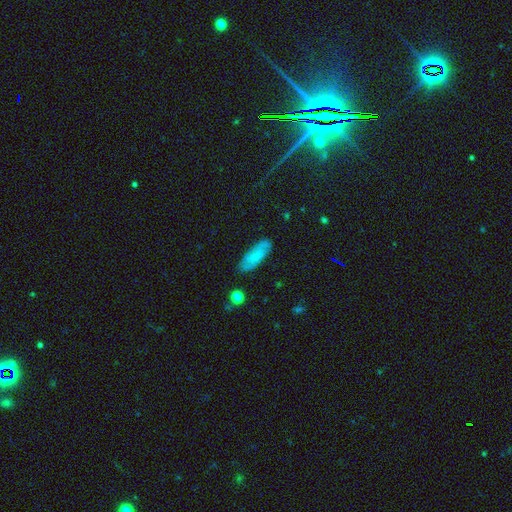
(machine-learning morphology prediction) Q: Smooth or featured?
A: smooth (62%); runner-up: featured or disk (30%)
Q: How rounded?
A: in between (67%); runner-up: cigar-shaped (31%)
Q: Merging?
A: none (81%); runner-up: minor disturbance (14%)